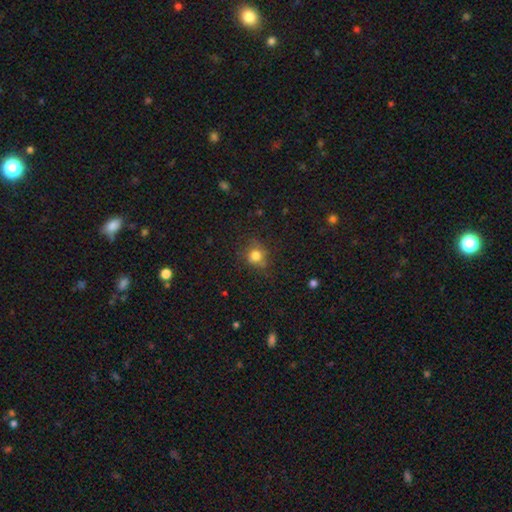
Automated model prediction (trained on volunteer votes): smooth 77%, star or artifact 14%, featured or disk 9%. Down the decision tree: how rounded — round (78%); merging — none (72%).